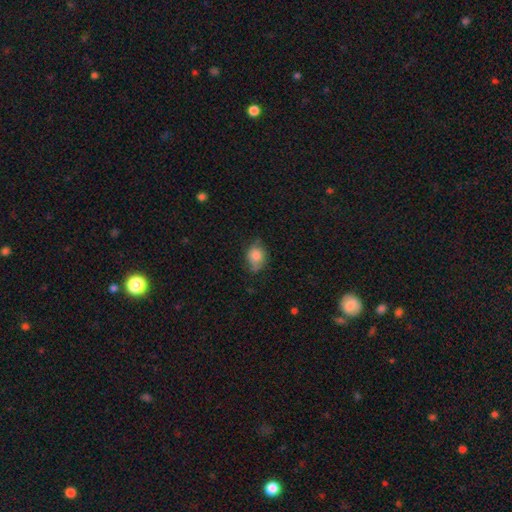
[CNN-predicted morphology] smooth-or-featured: smooth: 79% | featured or disk: 13% | star or artifact: 9%
  how-rounded: in between: 58% | round: 41% | cigar-shaped: 1%
  merging: none: 57% | minor disturbance: 33% | major disturbance: 8% | merger: 2%